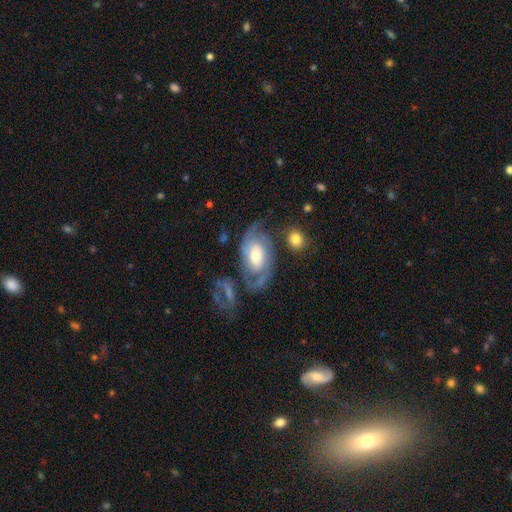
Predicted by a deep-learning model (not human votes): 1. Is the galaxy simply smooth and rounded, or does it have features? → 78% featured or disk, 17% smooth, 6% star or artifact.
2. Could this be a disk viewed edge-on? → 95% no, 5% yes.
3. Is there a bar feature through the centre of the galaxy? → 59% no, 31% weak, 10% strong.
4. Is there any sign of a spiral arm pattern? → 90% yes, 10% no.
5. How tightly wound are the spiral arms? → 45% tight, 39% medium, 16% loose.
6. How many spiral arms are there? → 70% 2, 16% can't tell, 6% 1, 5% 3, 2% 4, 2% more than 4.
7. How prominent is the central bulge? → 63% moderate, 21% small, 13% large, 2% dominant, 1% none.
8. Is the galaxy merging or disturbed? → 60% none, 20% minor disturbance, 14% major disturbance, 6% merger.